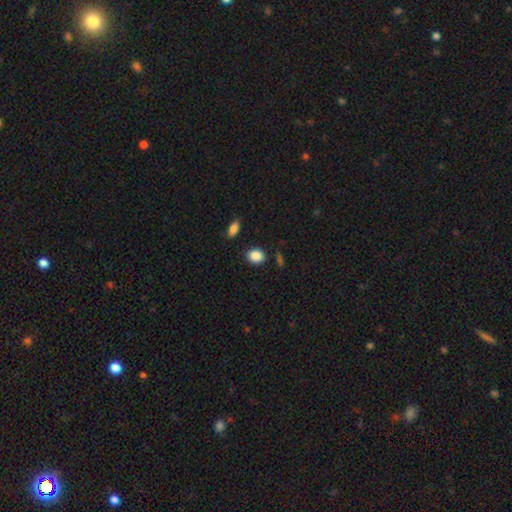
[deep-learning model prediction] A smooth galaxy with no disk features (88%) that is round (54%). Merging: none (86%).